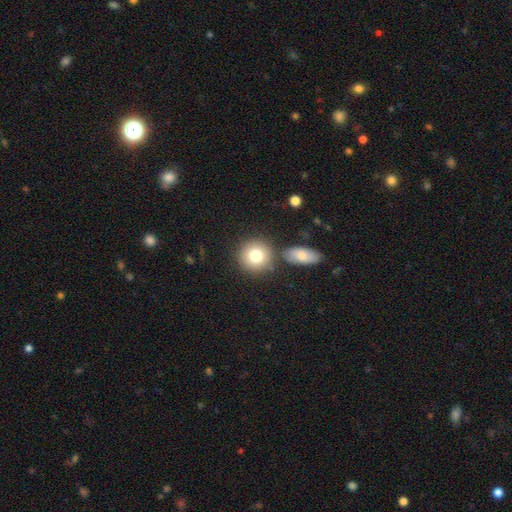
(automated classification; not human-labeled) This appears to be a smooth galaxy with no disk features (80%) that is round (89%). Merging: none (73%).